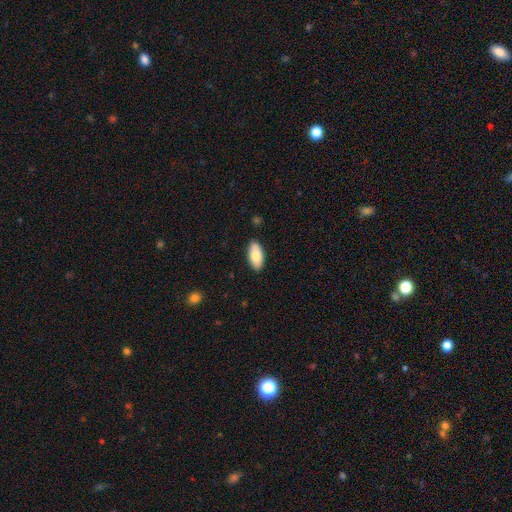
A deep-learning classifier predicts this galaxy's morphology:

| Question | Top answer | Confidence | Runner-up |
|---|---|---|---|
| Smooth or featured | smooth | 77% | featured or disk (17%) |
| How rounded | in between | 90% | cigar-shaped (7%) |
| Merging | none | 87% | minor disturbance (10%) |